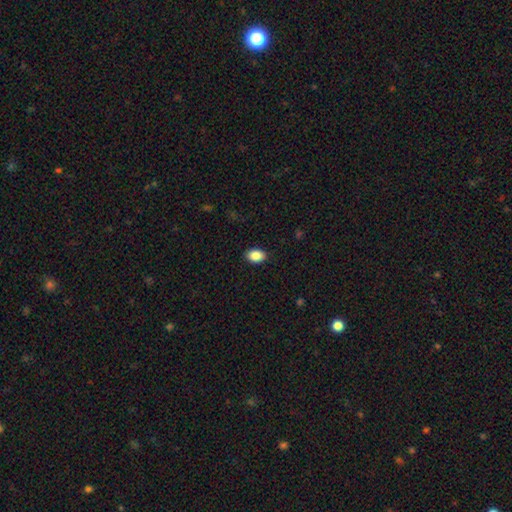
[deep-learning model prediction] Smooth or featured: smooth — 88% (star or artifact — 8%)
How rounded: in between — 81% (round — 18%)
Merging: none — 88% (minor disturbance — 9%)